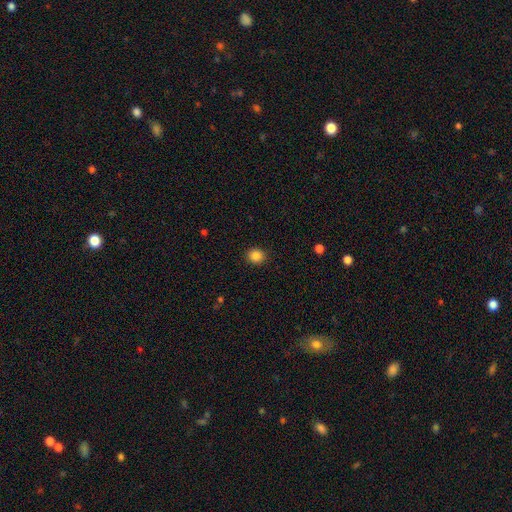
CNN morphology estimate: Smooth or featured? smooth (86%)
How rounded? round (80%)
Merging? none (90%)